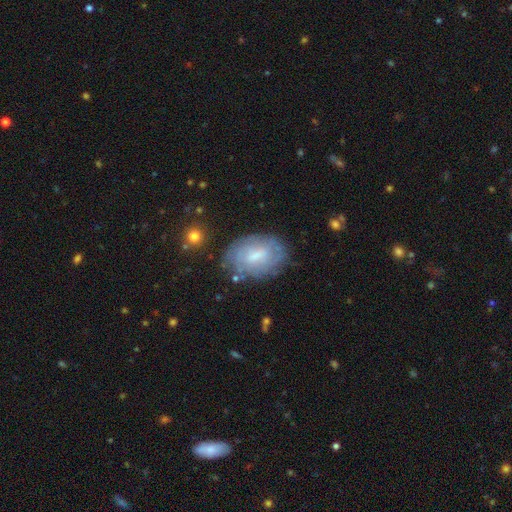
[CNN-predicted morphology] Q: Smooth or featured?
A: featured or disk (50%); runner-up: smooth (42%)
Q: Merging?
A: none (71%); runner-up: minor disturbance (20%)